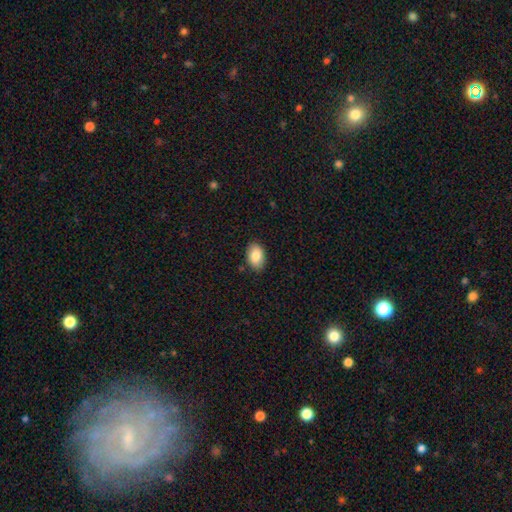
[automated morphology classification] smooth-or-featured: smooth: 86% | featured or disk: 8% | star or artifact: 7%
  how-rounded: in between: 88% | round: 11% | cigar-shaped: 1%
  merging: none: 87% | minor disturbance: 10% | major disturbance: 2% | merger: 1%